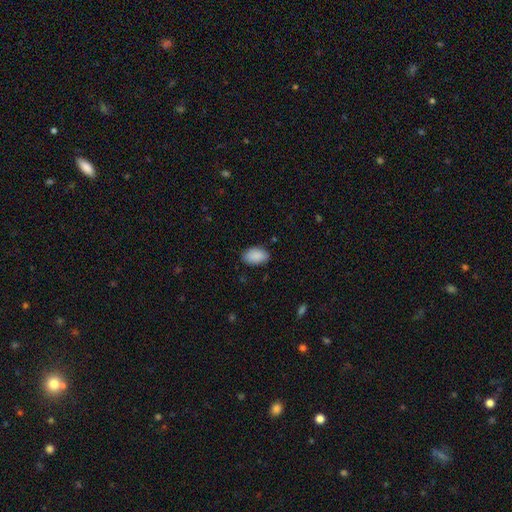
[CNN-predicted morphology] Smooth or featured? smooth (90%)
How rounded? in between (92%)
Merging? none (85%)